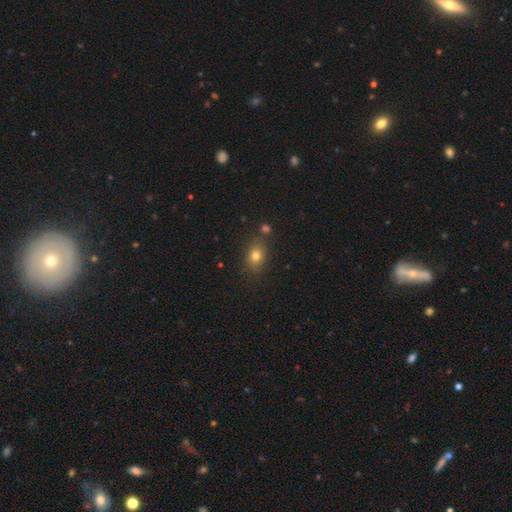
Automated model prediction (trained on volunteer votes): Smooth or featured: smooth — 76% (star or artifact — 14%)
How rounded: in between — 64% (round — 33%)
Merging: none — 77% (minor disturbance — 13%)